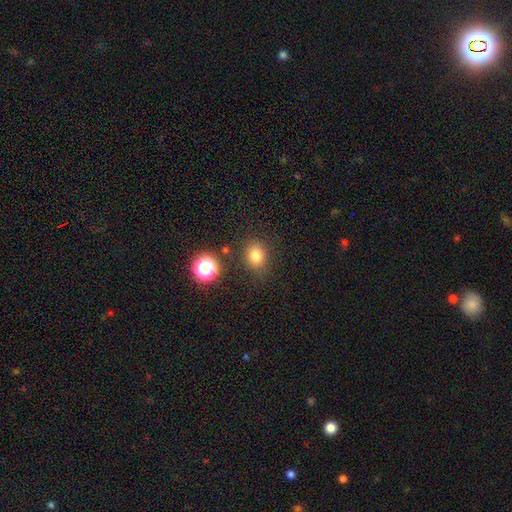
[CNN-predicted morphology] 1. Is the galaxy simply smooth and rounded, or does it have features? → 79% smooth, 15% star or artifact, 6% featured or disk.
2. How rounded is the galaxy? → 64% round, 35% in between, 1% cigar-shaped.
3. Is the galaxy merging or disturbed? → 81% none, 11% minor disturbance, 4% major disturbance, 4% merger.